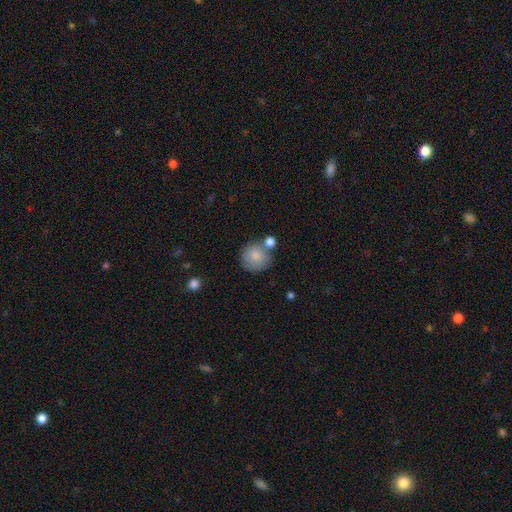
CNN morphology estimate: Smooth or featured? smooth (82%)
How rounded? round (91%)
Merging? none (62%)